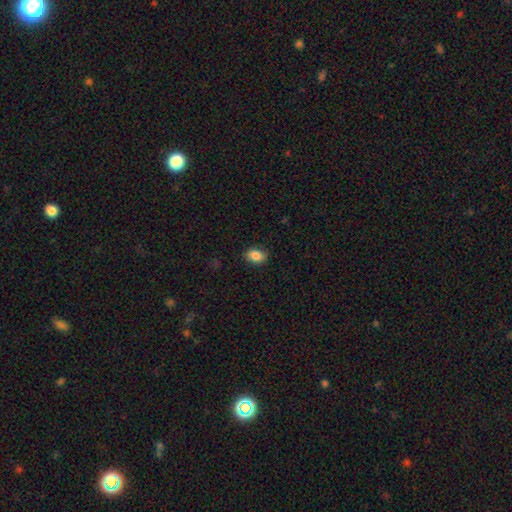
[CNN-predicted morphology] This appears to be a smooth galaxy with no disk features (85%) that is in between round and cigar-shaped (75%). Merging: none (83%).